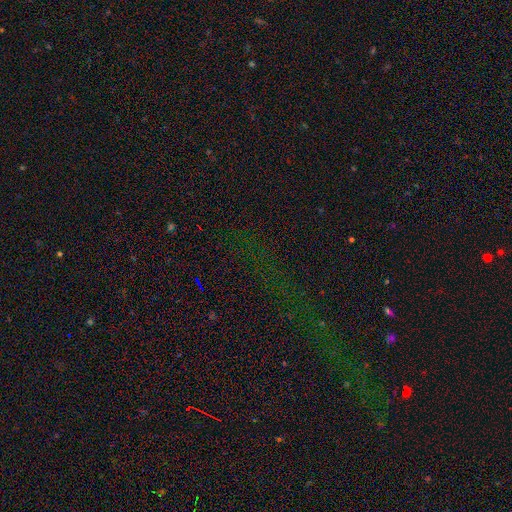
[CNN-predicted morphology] star or artifact 77%, smooth 14%, featured or disk 9%.